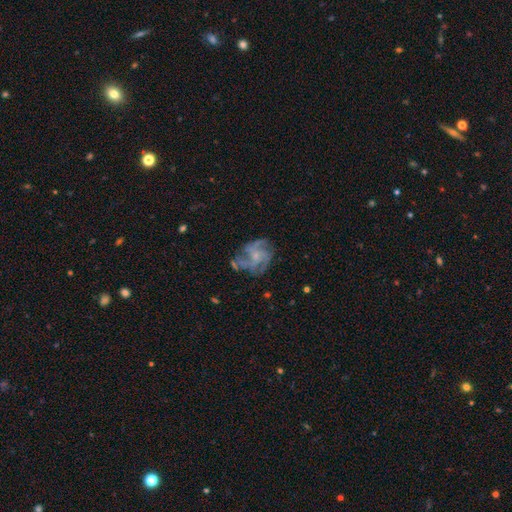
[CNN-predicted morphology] The model was most divided on "spiral arm count": 4: 36%, 3: 23%, can't tell: 20%, 2: 8%, more than 4: 8%, 1: 6%. Remaining: edge-on disk — no (98%); spiral arms — yes (89%); smooth or featured — featured or disk (77%); bar — no (70%); bulge size — small (65%); merging — none (61%); spiral winding — medium (47%).